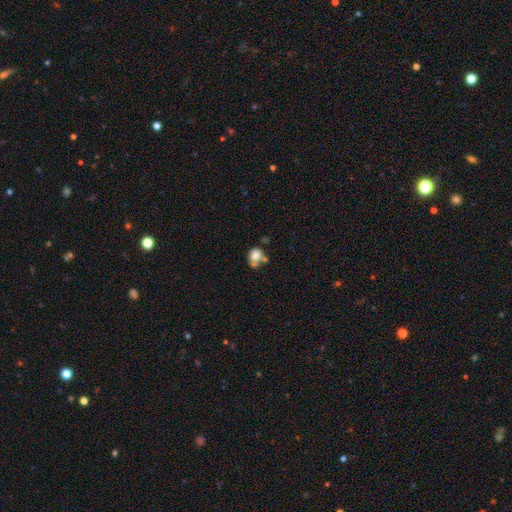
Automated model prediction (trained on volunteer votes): smooth 75%, featured or disk 16%, star or artifact 10%. Down the decision tree: how rounded — in between (50%); merging — none (36%).